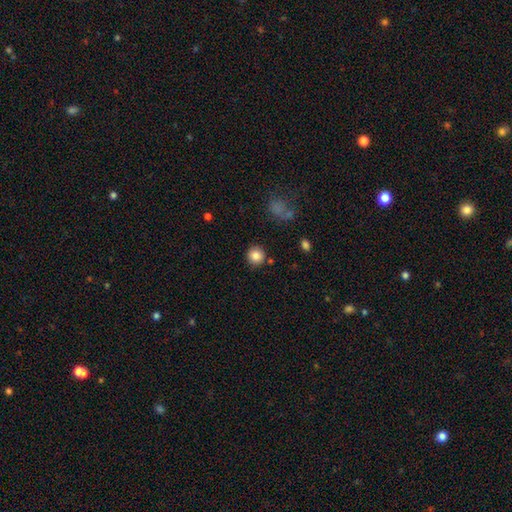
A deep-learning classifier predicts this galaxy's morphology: Q: Smooth or featured?
A: smooth (85%); runner-up: star or artifact (10%)
Q: How rounded?
A: round (93%); runner-up: in between (6%)
Q: Merging?
A: none (86%); runner-up: minor disturbance (8%)